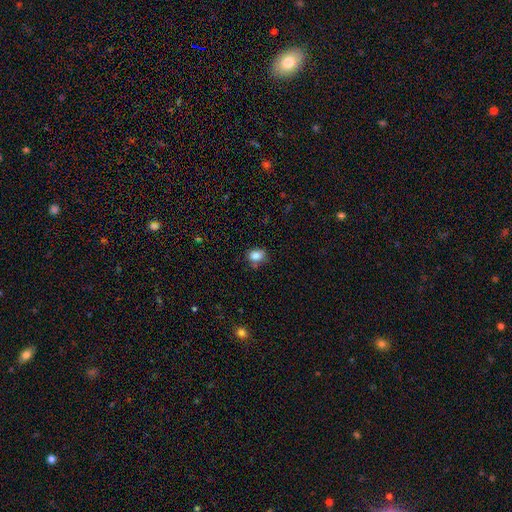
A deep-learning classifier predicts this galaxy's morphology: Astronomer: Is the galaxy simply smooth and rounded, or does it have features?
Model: smooth — 84%.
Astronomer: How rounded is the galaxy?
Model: in between — 57% (runner-up: round, 42%).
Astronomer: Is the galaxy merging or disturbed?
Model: none — 64%.